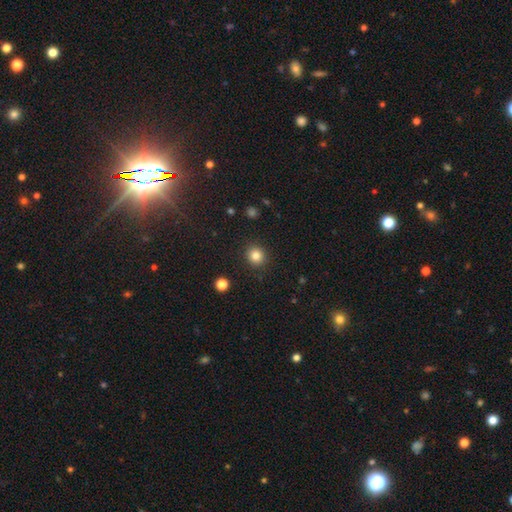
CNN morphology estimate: This is clearly a smooth galaxy (83%). How rounded: clearly round (88%). Merging: clearly none (90%).